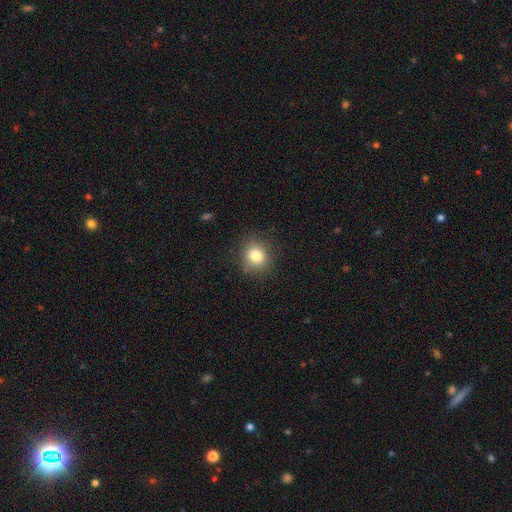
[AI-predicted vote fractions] smooth-or-featured: smooth: 81% | star or artifact: 11% | featured or disk: 8%
  how-rounded: round: 78% | in between: 21% | cigar-shaped: 1%
  merging: none: 84% | minor disturbance: 11% | major disturbance: 3% | merger: 1%